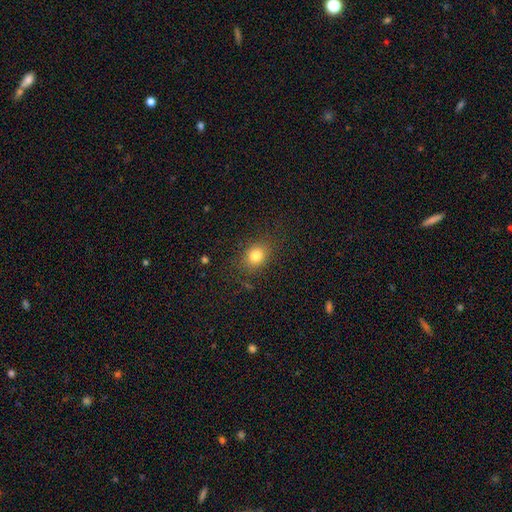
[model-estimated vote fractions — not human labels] Smooth or featured? smooth (81%)
How rounded? round (54%)
Merging? none (81%)